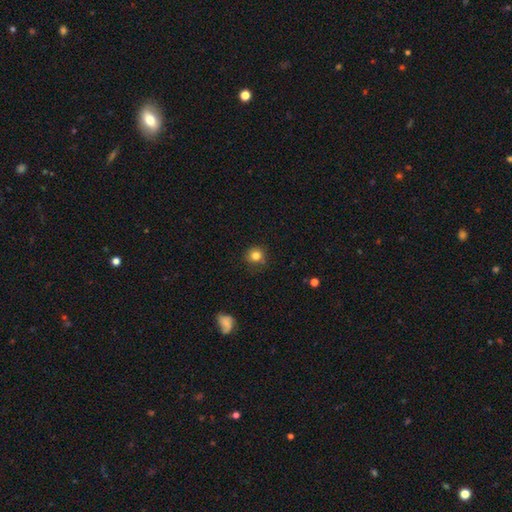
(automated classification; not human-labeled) Overall: smooth (82%). How rounded: round (90%). Merging: none (80%).